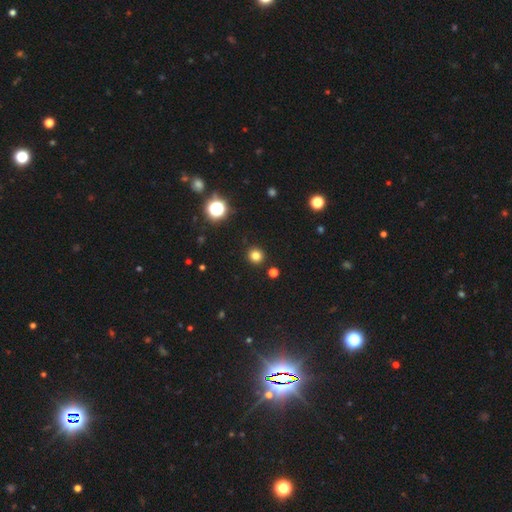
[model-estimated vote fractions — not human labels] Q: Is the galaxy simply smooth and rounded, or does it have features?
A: smooth — 79%.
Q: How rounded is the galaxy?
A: round — 93%.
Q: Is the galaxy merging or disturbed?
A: none — 92%.